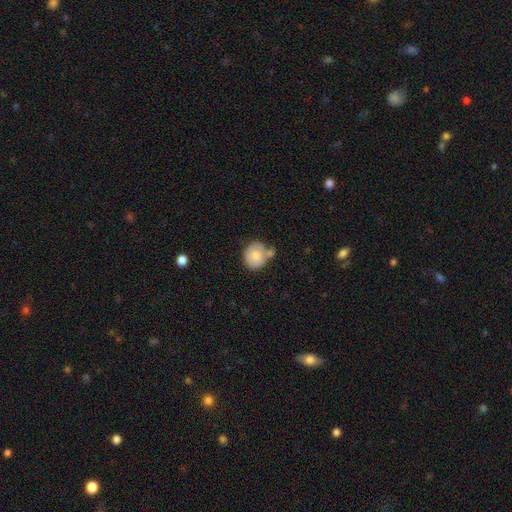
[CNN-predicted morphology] smooth 77%, featured or disk 16%, star or artifact 7%. Down the decision tree: how rounded — round (82%); merging — none (53%).